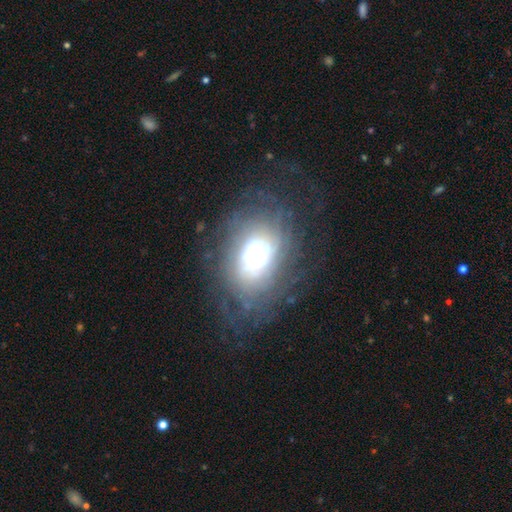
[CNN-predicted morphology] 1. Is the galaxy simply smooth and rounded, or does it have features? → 73% featured or disk, 18% smooth, 9% star or artifact.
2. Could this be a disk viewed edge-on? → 95% no, 5% yes.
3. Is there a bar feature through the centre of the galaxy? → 80% no, 15% weak, 5% strong.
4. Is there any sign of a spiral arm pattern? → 81% yes, 19% no.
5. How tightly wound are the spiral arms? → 66% tight, 22% medium, 12% loose.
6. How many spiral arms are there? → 54% can't tell, 13% more than 4, 12% 2, 8% 4, 8% 3, 5% 1.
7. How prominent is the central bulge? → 45% moderate, 36% small, 14% large, 3% dominant, 2% none.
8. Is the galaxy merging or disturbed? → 64% none, 18% minor disturbance, 15% major disturbance, 3% merger.